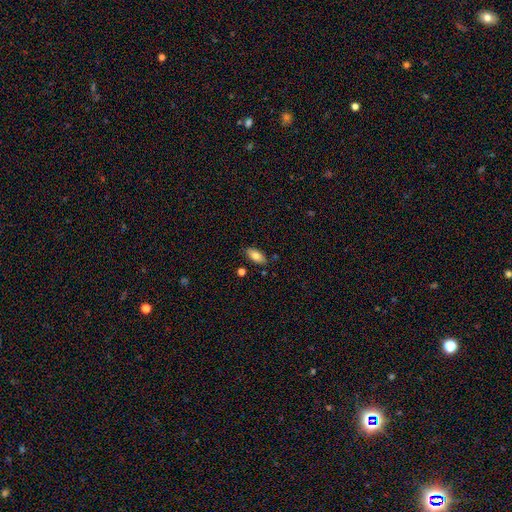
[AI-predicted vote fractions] A smooth galaxy with no disk features (81%) that is in between round and cigar-shaped (89%).

Vote fractions:
- Smooth or featured? smooth: 81% / featured or disk: 12% / star or artifact: 7%
- How rounded? in between: 89% / cigar-shaped: 8% / round: 2%
- Merging? none: 83% / minor disturbance: 12% / merger: 3% / major disturbance: 2%